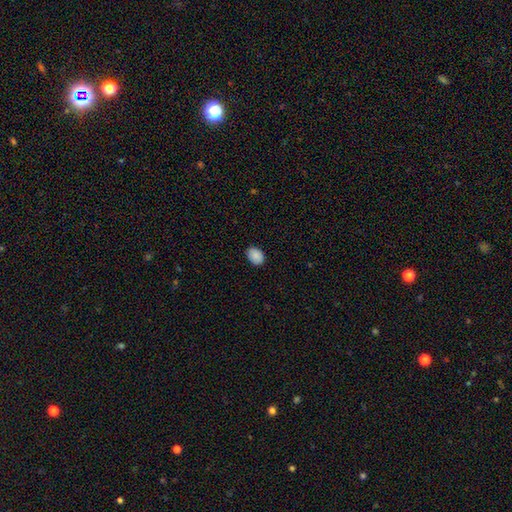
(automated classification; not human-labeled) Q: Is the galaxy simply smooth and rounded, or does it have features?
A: smooth — 89%.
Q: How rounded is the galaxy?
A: in between — 71%.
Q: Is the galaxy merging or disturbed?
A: none — 87%.